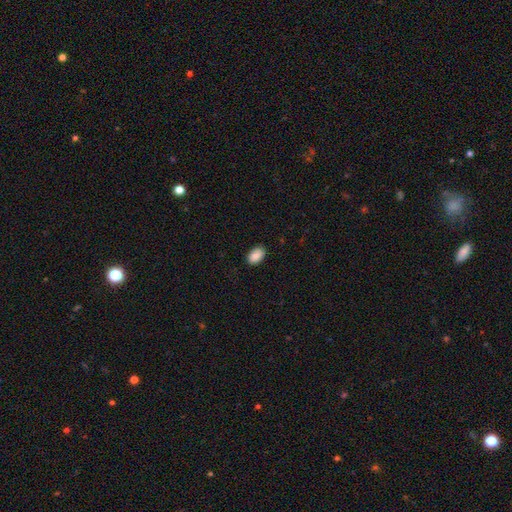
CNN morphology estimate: smooth-or-featured: smooth: 90% | star or artifact: 7% | featured or disk: 3%
  how-rounded: in between: 90% | round: 9% | cigar-shaped: 1%
  merging: none: 88% | minor disturbance: 10% | major disturbance: 2% | merger: 1%